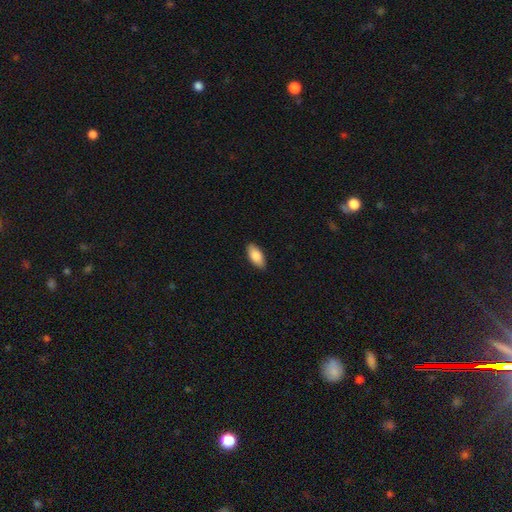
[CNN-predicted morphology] Q: Smooth or featured?
A: smooth (85%); runner-up: featured or disk (9%)
Q: How rounded?
A: in between (90%); runner-up: cigar-shaped (8%)
Q: Merging?
A: none (87%); runner-up: minor disturbance (10%)